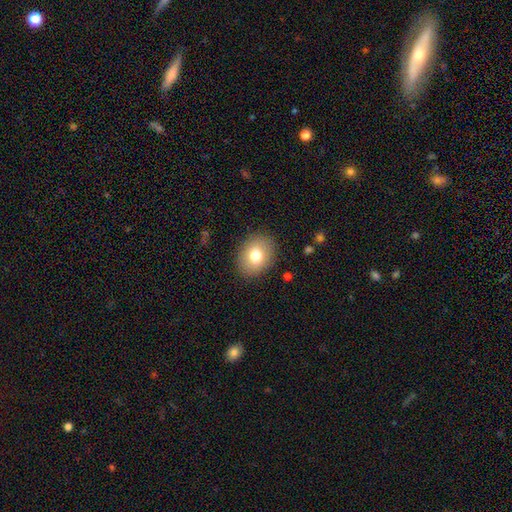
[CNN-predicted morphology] Smooth or featured?
  - smooth: 76% *
  - featured or disk: 15%
  - star or artifact: 9%
How rounded?
  - in between: 59% *
  - round: 40%
  - cigar-shaped: 1%
Merging?
  - none: 87% *
  - minor disturbance: 9%
  - major disturbance: 3%
  - merger: 1%